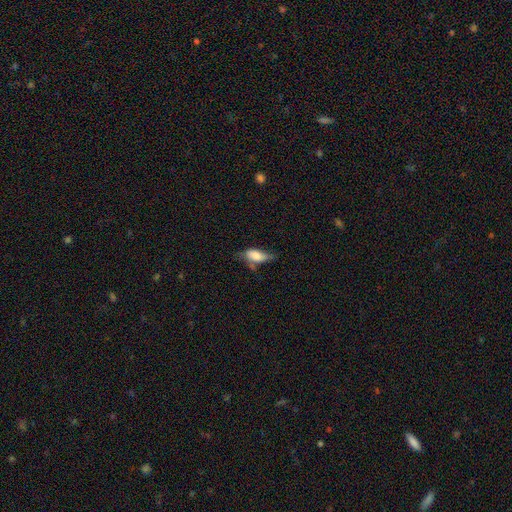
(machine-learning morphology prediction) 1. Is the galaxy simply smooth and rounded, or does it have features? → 75% smooth, 17% featured or disk, 8% star or artifact.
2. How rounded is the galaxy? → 86% in between, 10% cigar-shaped, 4% round.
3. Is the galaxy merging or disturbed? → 37% minor disturbance, 33% none, 22% major disturbance, 8% merger.